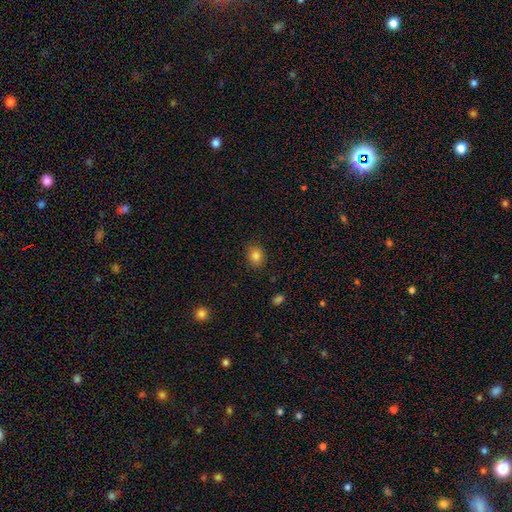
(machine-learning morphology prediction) Smooth or featured?
  - smooth: 84% *
  - star or artifact: 11%
  - featured or disk: 5%
How rounded?
  - round: 53% *
  - in between: 46%
  - cigar-shaped: 1%
Merging?
  - none: 86% *
  - minor disturbance: 10%
  - major disturbance: 3%
  - merger: 1%